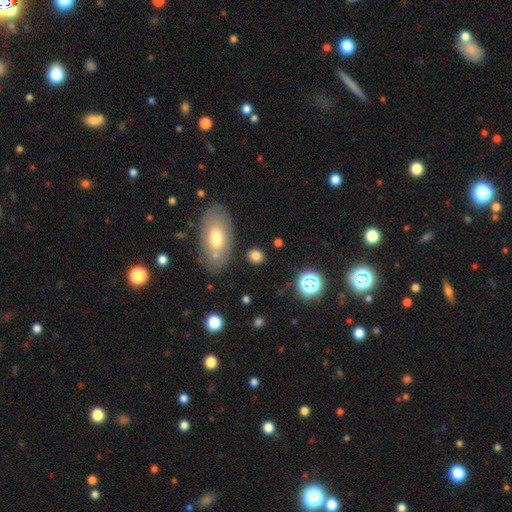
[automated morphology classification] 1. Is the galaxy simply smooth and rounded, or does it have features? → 78% smooth, 13% star or artifact, 9% featured or disk.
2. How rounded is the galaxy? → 62% round, 36% in between, 2% cigar-shaped.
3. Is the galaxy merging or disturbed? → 79% none, 11% minor disturbance, 6% merger, 4% major disturbance.